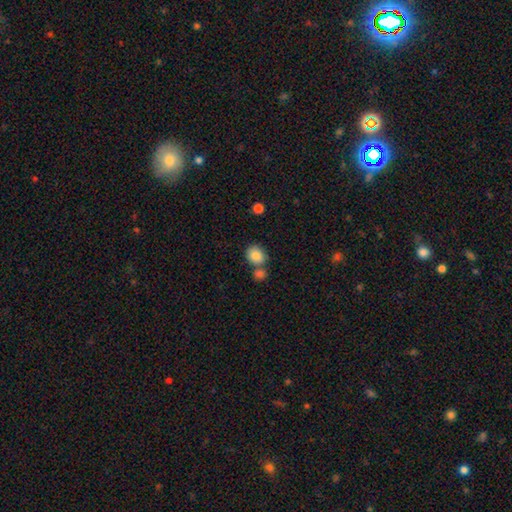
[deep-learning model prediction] This appears to be a smooth galaxy with no disk features (86%) that is round (59%). Merging: none (56%).